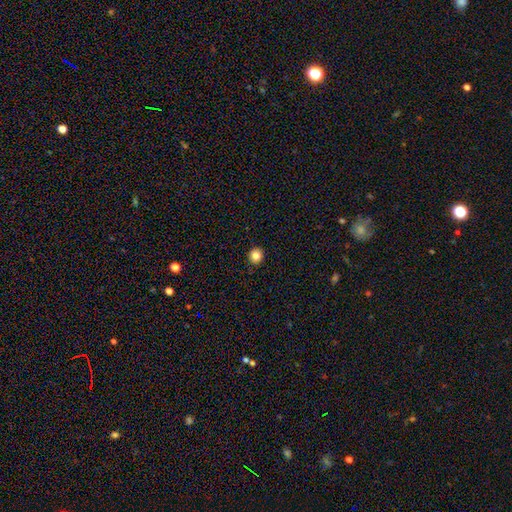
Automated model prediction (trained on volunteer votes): smooth-or-featured: smooth: 83% | star or artifact: 12% | featured or disk: 5%
  how-rounded: round: 89% | in between: 10% | cigar-shaped: 1%
  merging: none: 92% | minor disturbance: 6% | major disturbance: 2% | merger: 1%